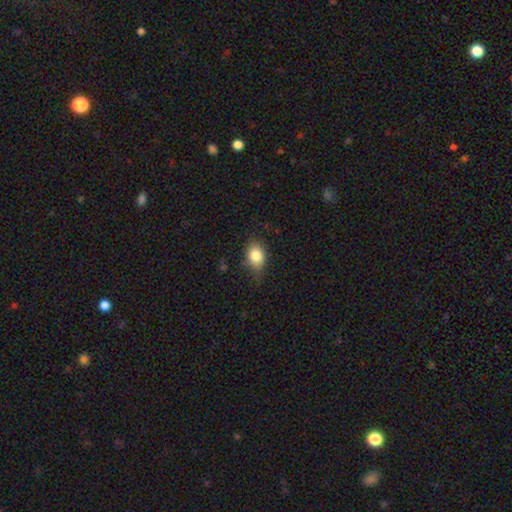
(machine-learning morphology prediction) This appears to be a smooth galaxy with no disk features (81%) that is in between round and cigar-shaped (68%). Merging: none (65%).